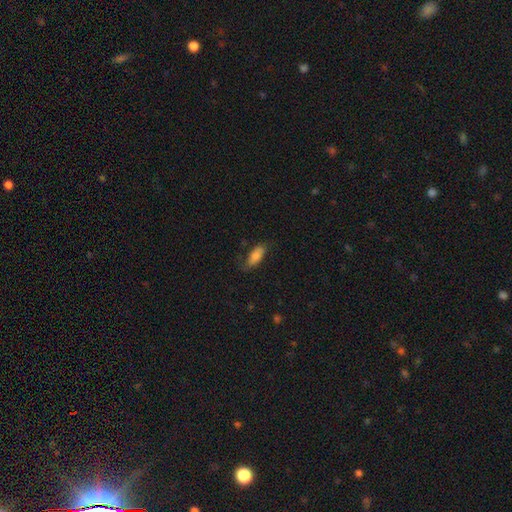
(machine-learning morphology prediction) type=smooth (75%); roundness=in between (82%); merging=none (70%).